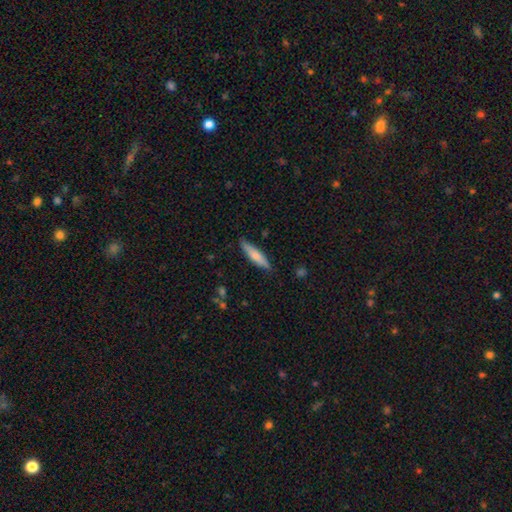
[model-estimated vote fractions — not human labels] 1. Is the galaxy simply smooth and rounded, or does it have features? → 70% smooth, 25% featured or disk, 6% star or artifact.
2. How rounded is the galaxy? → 80% cigar-shaped, 19% in between, 2% round.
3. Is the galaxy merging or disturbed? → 86% none, 11% minor disturbance, 2% major disturbance, 1% merger.